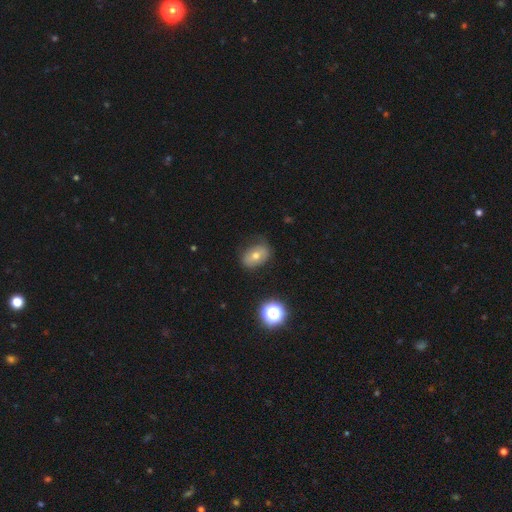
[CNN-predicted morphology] A smooth galaxy with no disk features (61%) that is in between round and cigar-shaped (76%).

Vote fractions:
- Smooth or featured? smooth: 61% / featured or disk: 24% / star or artifact: 14%
- How rounded? in between: 76% / round: 22% / cigar-shaped: 2%
- Merging? none: 72% / minor disturbance: 20% / major disturbance: 6% / merger: 2%